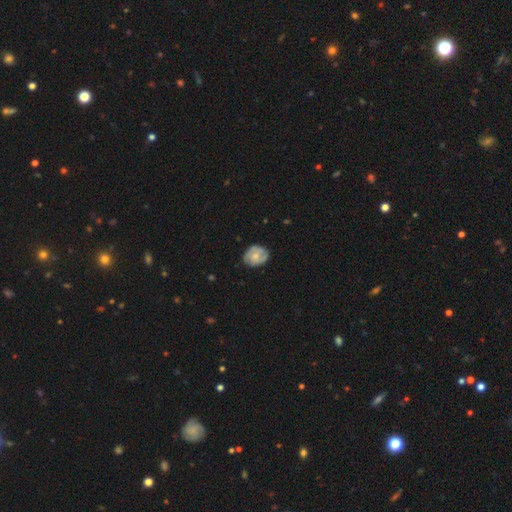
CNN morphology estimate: Smooth or featured: smooth — 48% (featured or disk — 46%)
Merging: none — 72% (minor disturbance — 22%)